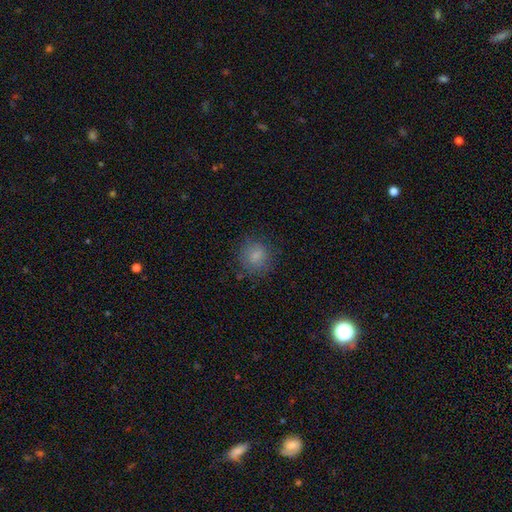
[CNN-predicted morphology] A smooth galaxy with no disk features (80%) that is round (85%).

Vote fractions:
- Smooth or featured? smooth: 80% / star or artifact: 10% / featured or disk: 10%
- How rounded? round: 85% / in between: 14% / cigar-shaped: 1%
- Merging? none: 78% / minor disturbance: 15% / major disturbance: 6% / merger: 1%